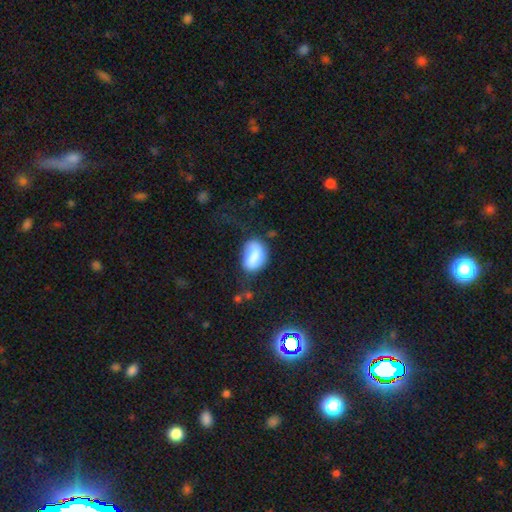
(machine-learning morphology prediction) Smooth or featured: smooth — 81% (featured or disk — 12%)
How rounded: in between — 85% (round — 13%)
Merging: none — 50% (minor disturbance — 29%)